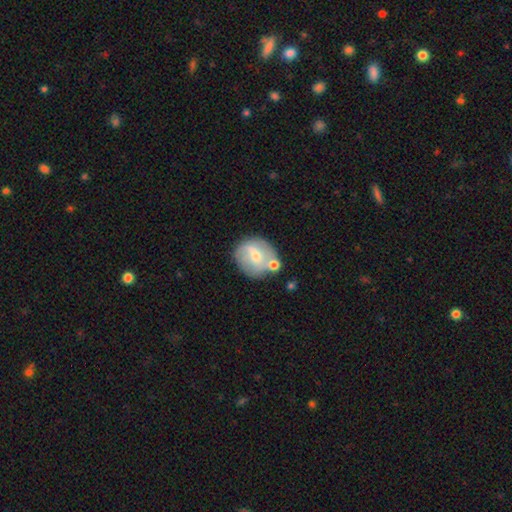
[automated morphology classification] Overall: featured or disk (48%; smooth 45%). Merging: none (58%; merger 18%).